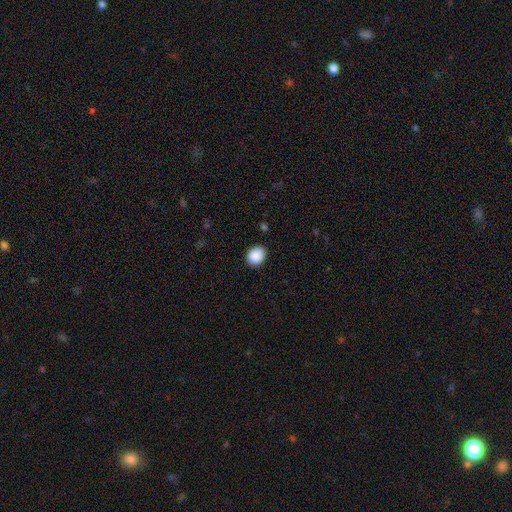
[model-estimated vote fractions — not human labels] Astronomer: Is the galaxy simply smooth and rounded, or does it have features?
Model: smooth — 90%.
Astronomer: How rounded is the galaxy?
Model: round — 53% (runner-up: in between, 46%).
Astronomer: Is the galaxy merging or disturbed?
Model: none — 87%.